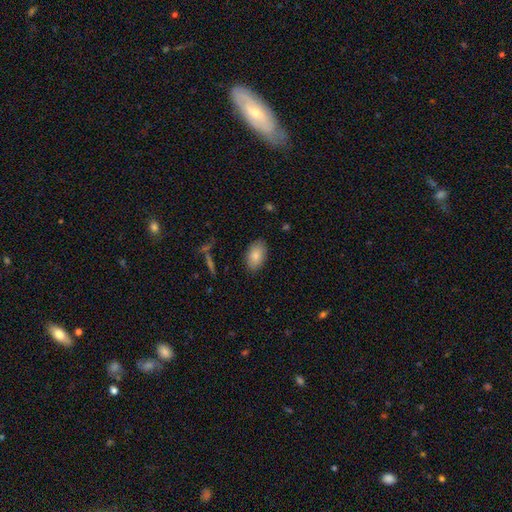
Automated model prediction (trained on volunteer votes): smooth_or_featured: smooth (p=0.84) [alt: featured or disk p=0.09]
how_rounded: in between (p=0.93) [alt: round p=0.06]
merging: none (p=0.86) [alt: minor disturbance p=0.11]